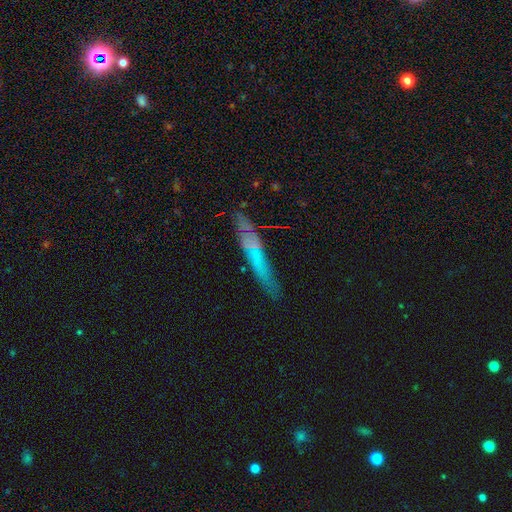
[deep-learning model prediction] Overall: smooth (48%; featured or disk 42%). Merging: none (73%).